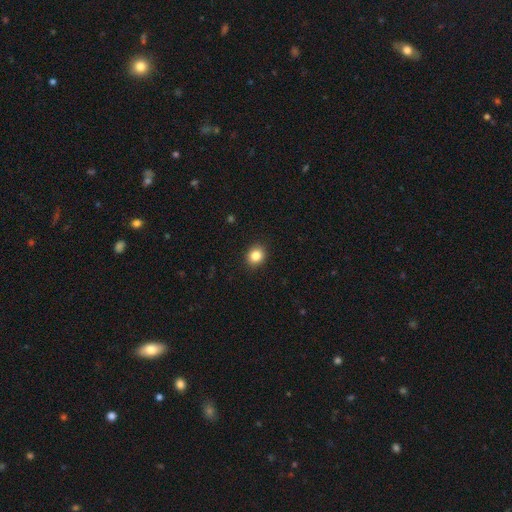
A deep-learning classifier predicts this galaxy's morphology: smooth_or_featured: smooth (p=0.85) [alt: star or artifact p=0.10]
how_rounded: round (p=0.69) [alt: in between p=0.30]
merging: none (p=0.91) [alt: minor disturbance p=0.07]